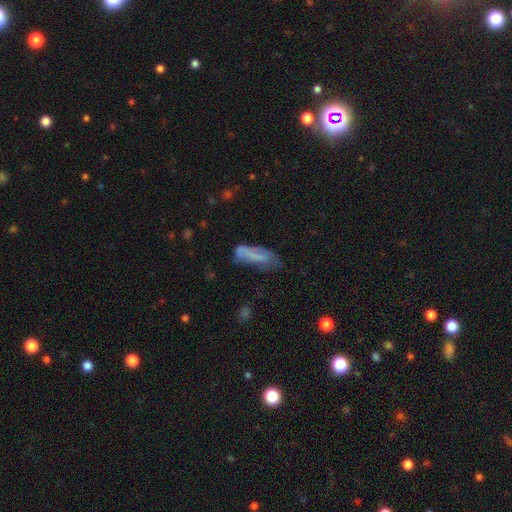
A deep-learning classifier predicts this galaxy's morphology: Smooth or featured: smooth — 67% (featured or disk — 24%)
How rounded: in between — 51% (cigar-shaped — 47%)
Merging: none — 37% (minor disturbance — 33%)